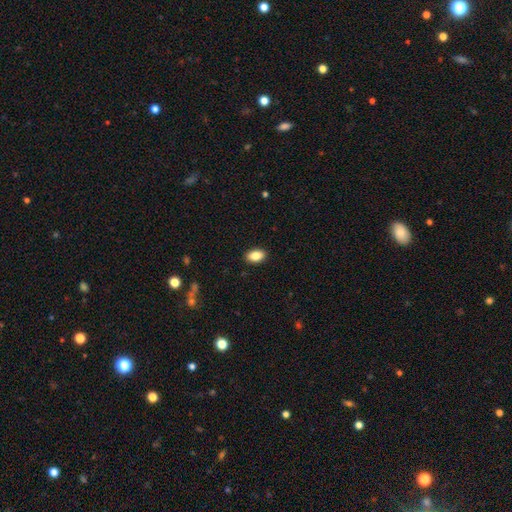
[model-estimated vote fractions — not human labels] The model was most divided on "smooth or featured": smooth: 86%, star or artifact: 8%, featured or disk: 7%. More confident: how rounded — in between (91%); merging — none (90%).